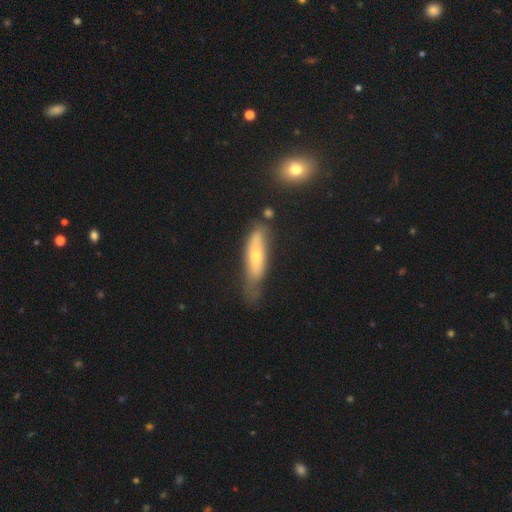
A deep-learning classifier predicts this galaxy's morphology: Smooth or featured? Predicted: smooth (p=0.48). Merging? Predicted: none (p=0.46).